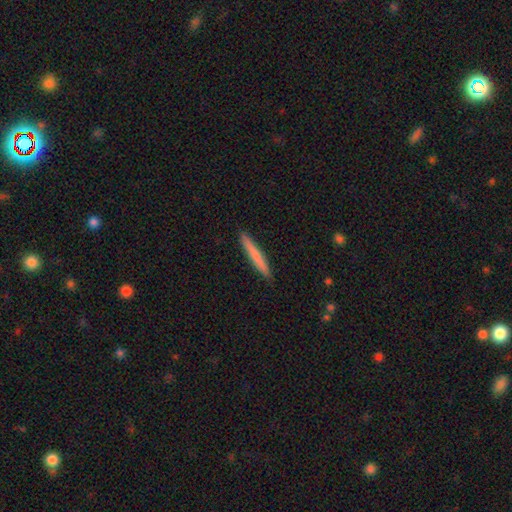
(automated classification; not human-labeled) Q: Smooth or featured?
A: smooth (73%); runner-up: featured or disk (21%)
Q: How rounded?
A: cigar-shaped (96%); runner-up: in between (2%)
Q: Merging?
A: none (92%); runner-up: minor disturbance (6%)